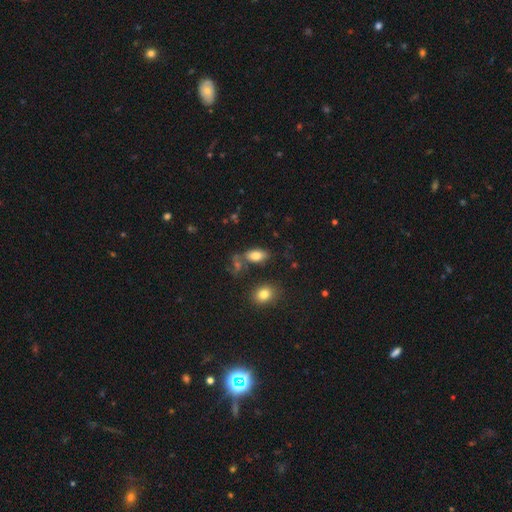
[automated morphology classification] The model was most divided on "merging": none: 68%, minor disturbance: 14%, merger: 13%, major disturbance: 5%. More confident: how rounded — in between (91%); smooth or featured — smooth (80%).